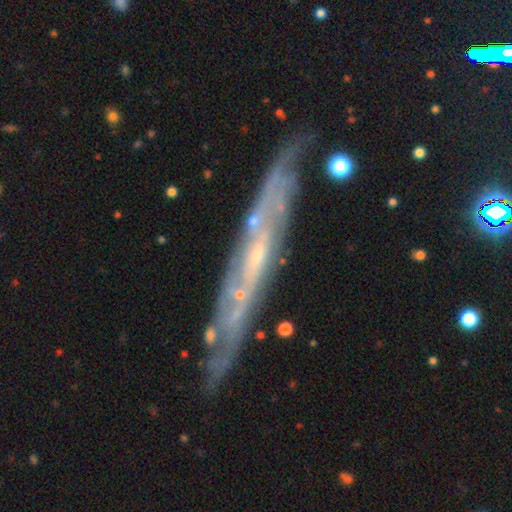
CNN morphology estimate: This appears to be a featured or disk galaxy (77%) viewed edge-on (66%) with no central bulge (68%). Merging: none (80%).